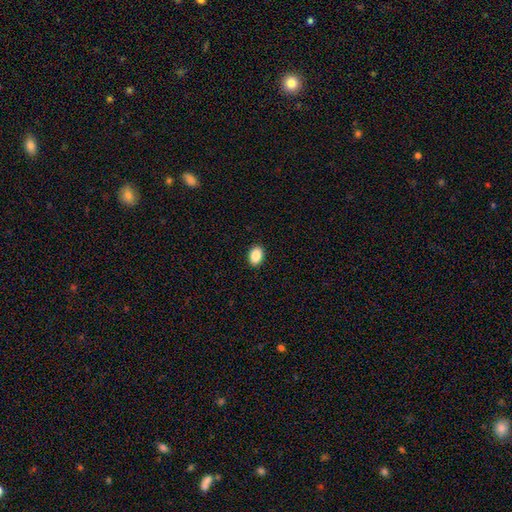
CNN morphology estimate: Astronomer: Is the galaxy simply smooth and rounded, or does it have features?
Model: smooth — 88%.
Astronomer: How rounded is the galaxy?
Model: in between — 83%.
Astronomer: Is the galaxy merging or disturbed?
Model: none — 91%.